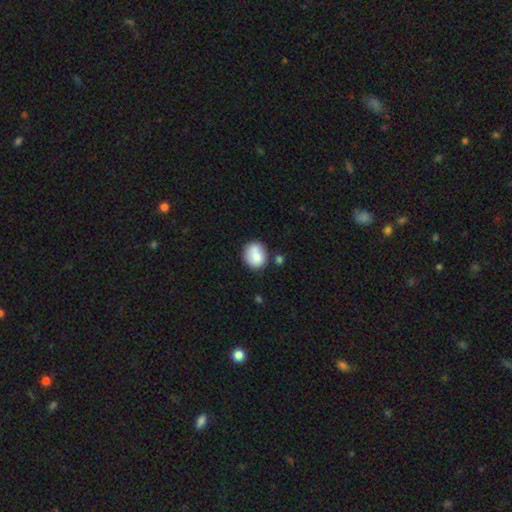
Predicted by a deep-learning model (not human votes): Overall: smooth (75%). How rounded: round (69%; in between 30%). Merging: none (56%; merger 21%).